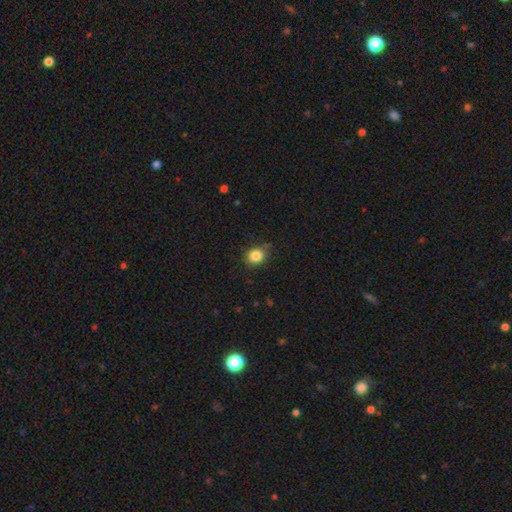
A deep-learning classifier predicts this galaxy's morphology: smooth_or_featured: smooth (p=0.85) [alt: star or artifact p=0.10]
how_rounded: round (p=0.67) [alt: in between p=0.32]
merging: none (p=0.80) [alt: minor disturbance p=0.14]